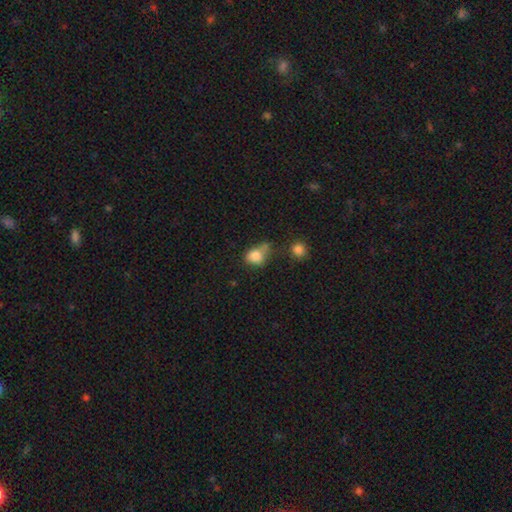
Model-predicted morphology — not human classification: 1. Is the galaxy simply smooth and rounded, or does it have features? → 80% smooth, 11% star or artifact, 9% featured or disk.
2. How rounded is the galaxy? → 50% round, 49% in between, 2% cigar-shaped.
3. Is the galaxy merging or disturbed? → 37% none, 28% minor disturbance, 21% merger, 15% major disturbance.